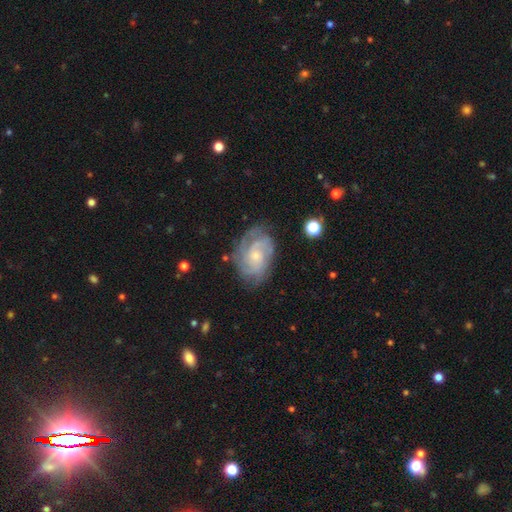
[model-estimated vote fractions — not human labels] Smooth or featured? Predicted: featured or disk (p=0.83). Edge-on disk? Predicted: no (p=0.97). Bar? Predicted: no (p=0.72). Spiral arms? Predicted: yes (p=0.96). Spiral winding? Predicted: tight (p=0.58). Spiral arm count? Predicted: 3 (p=0.28). Bulge size? Predicted: small (p=0.70). Merging? Predicted: none (p=0.72).